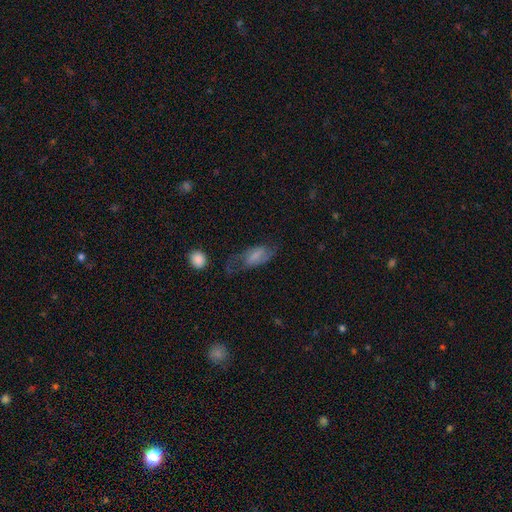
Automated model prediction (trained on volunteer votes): featured or disk 49%, smooth 42%, star or artifact 9%. Down the decision tree: merging — none (50%).